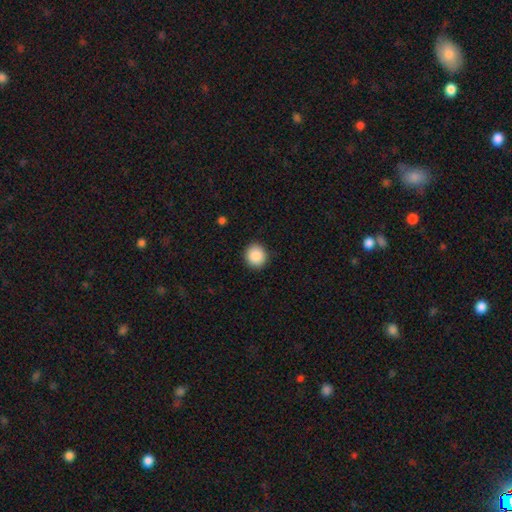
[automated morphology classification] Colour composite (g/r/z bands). It shows a smooth galaxy with no disk features (89%) that is round (85%). Merging: none (91%).